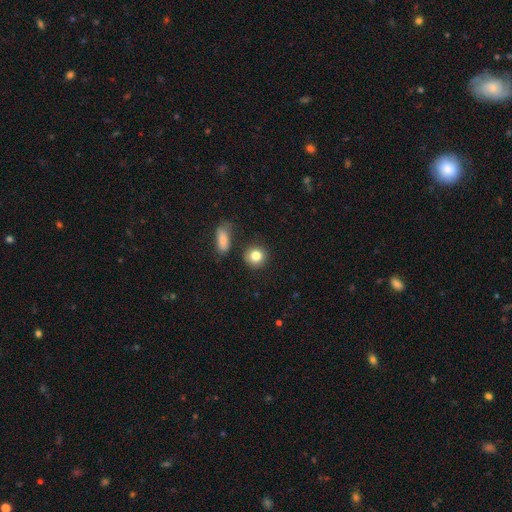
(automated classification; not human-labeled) The model was most divided on "merging": none: 81%, minor disturbance: 10%, merger: 6%, major disturbance: 3%. More confident: how rounded — round (85%); smooth or featured — smooth (83%).